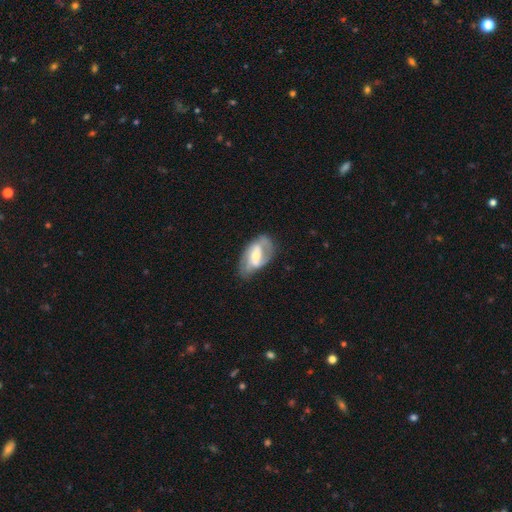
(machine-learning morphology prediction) Smooth or featured? featured or disk (74%)
Edge-on disk? no (95%)
Bar? weak (42%)
Spiral arms? yes (87%)
Spiral winding? medium (47%)
Spiral arm count? 2 (67%)
Bulge size? moderate (49%)
Merging? none (63%)